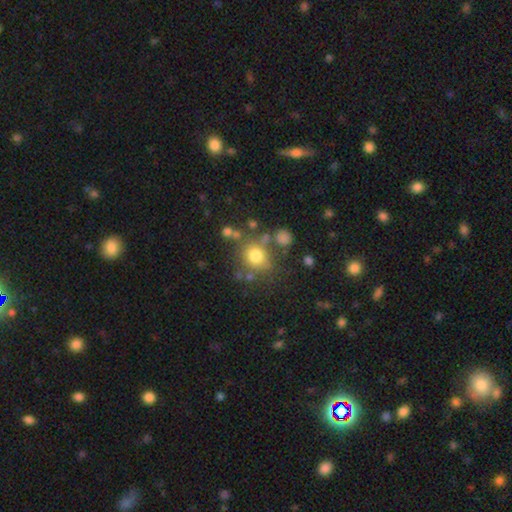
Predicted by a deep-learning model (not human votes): This is likely a smooth galaxy (73%). How rounded: clearly round (82%). Merging: likely none (68%).